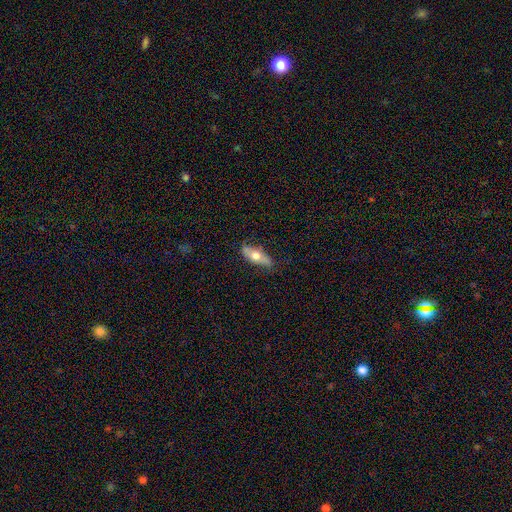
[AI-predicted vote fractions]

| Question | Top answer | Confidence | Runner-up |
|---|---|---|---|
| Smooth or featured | smooth | 56% | featured or disk (38%) |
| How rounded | in between | 67% | cigar-shaped (30%) |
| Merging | none | 75% | minor disturbance (19%) |